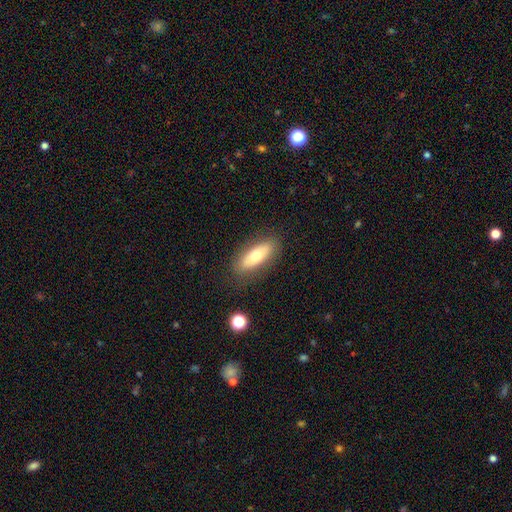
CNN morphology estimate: This is likely a smooth galaxy (65%). How rounded: likely in between (64%). Merging: clearly none (84%).